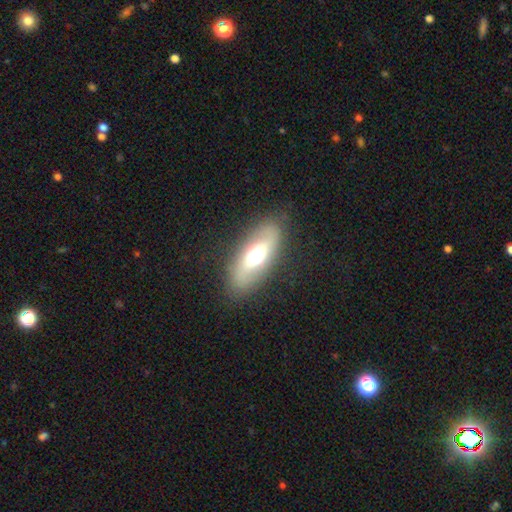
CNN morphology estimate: Smooth or featured? Predicted: smooth (p=0.50). Merging? Predicted: none (p=0.85).